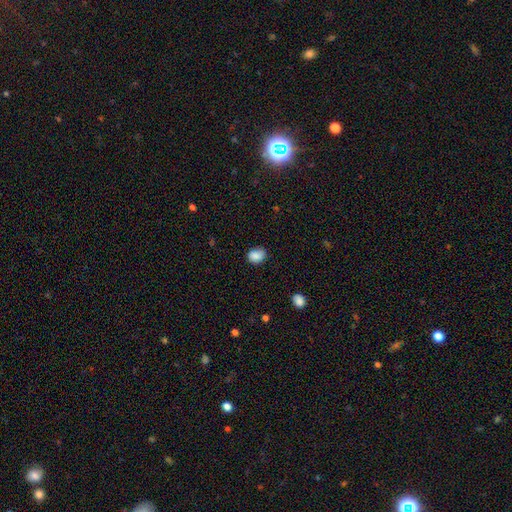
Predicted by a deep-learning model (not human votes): Smooth or featured: smooth — 88% (star or artifact — 9%)
How rounded: in between — 52% (round — 47%)
Merging: none — 79% (minor disturbance — 17%)